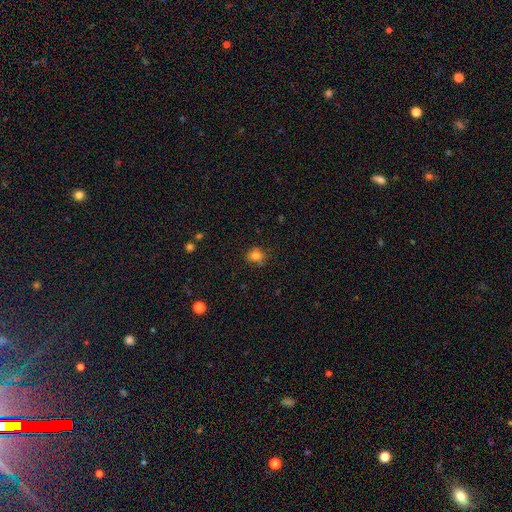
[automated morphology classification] Smooth or featured? smooth (79%)
How rounded? round (60%)
Merging? none (72%)